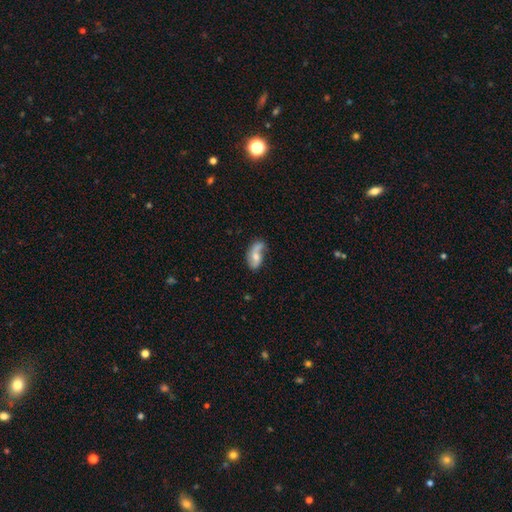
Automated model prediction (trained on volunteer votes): Smooth or featured? Predicted: featured or disk (p=0.48). Merging? Predicted: none (p=0.42).